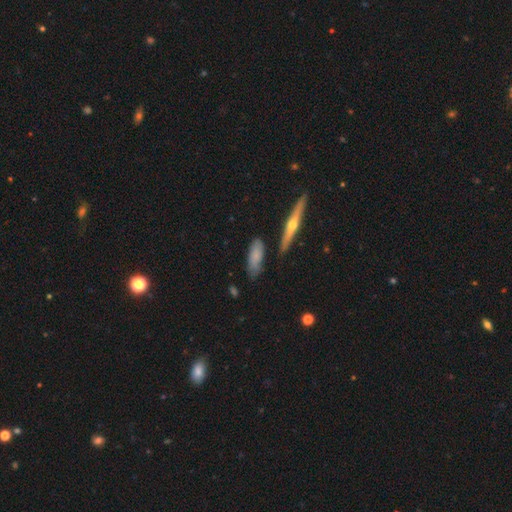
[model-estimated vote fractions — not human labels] The model was most divided on "smooth or featured": smooth: 64%, featured or disk: 29%, star or artifact: 7%. More confident: merging — none (71%); how rounded — in between (68%).